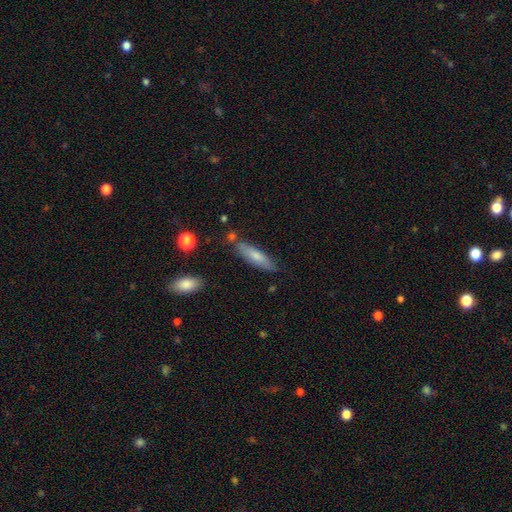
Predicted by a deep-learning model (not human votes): Q: Smooth or featured?
A: smooth (70%); runner-up: featured or disk (24%)
Q: How rounded?
A: cigar-shaped (70%); runner-up: in between (28%)
Q: Merging?
A: none (75%); runner-up: minor disturbance (16%)